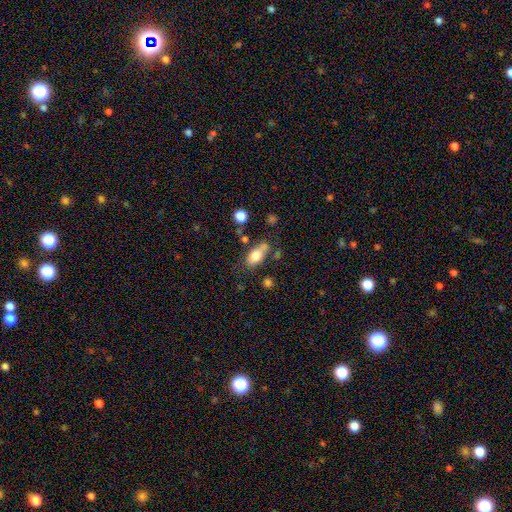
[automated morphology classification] Overall: smooth (78%). How rounded: in between (87%). Merging: none (58%; minor disturbance 21%).